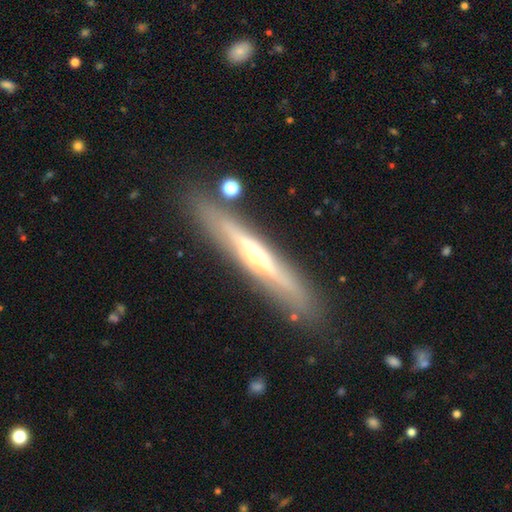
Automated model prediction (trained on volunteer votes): featured or disk 72%, smooth 21%, star or artifact 6%. Down the decision tree: edge-on disk — yes (90%); edge-on bulge — rounded (81%); merging — none (85%).